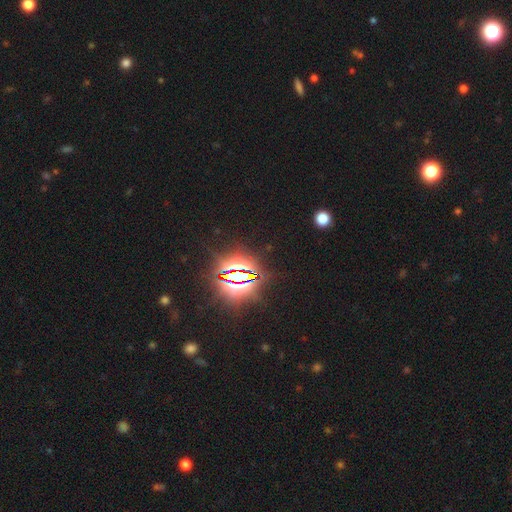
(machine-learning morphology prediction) The model was most divided on "smooth or featured": star or artifact: 85%, smooth: 8%, featured or disk: 6%.